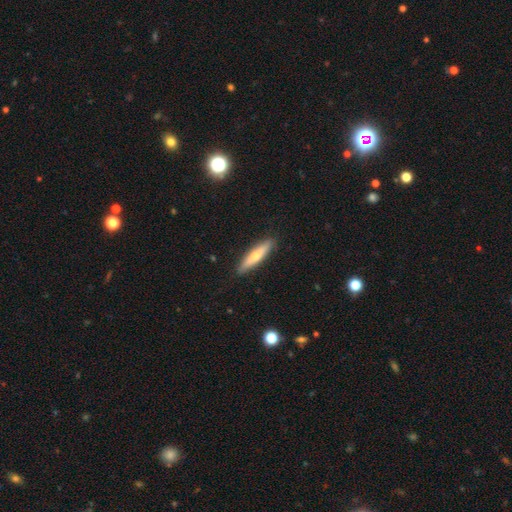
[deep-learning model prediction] A smooth galaxy with no disk features (61%) that is cigar-shaped (83%).

Vote fractions:
- Smooth or featured? smooth: 61% / featured or disk: 34% / star or artifact: 5%
- How rounded? cigar-shaped: 83% / in between: 15% / round: 2%
- Merging? none: 90% / minor disturbance: 8% / major disturbance: 2% / merger: 1%